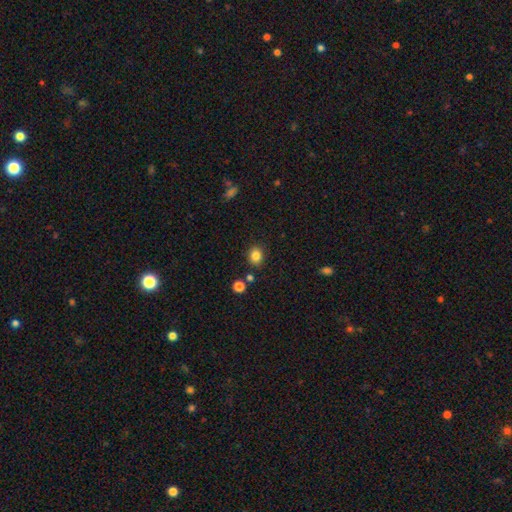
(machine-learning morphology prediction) Overall: smooth (83%). How rounded: round (55%; in between 45%). Merging: none (84%).